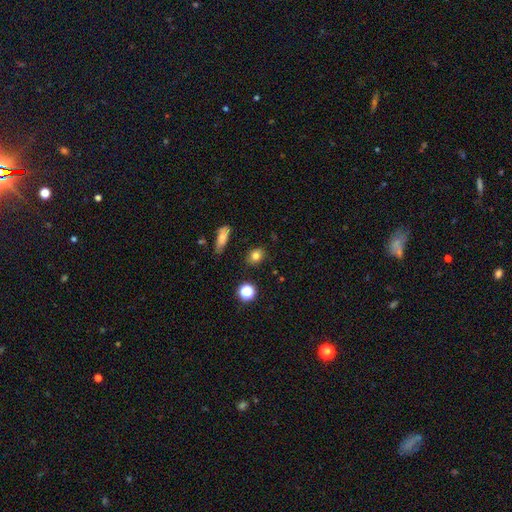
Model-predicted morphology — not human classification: Smooth or featured: smooth — 79% (star or artifact — 13%)
How rounded: round — 54% (in between — 43%)
Merging: none — 83% (minor disturbance — 11%)